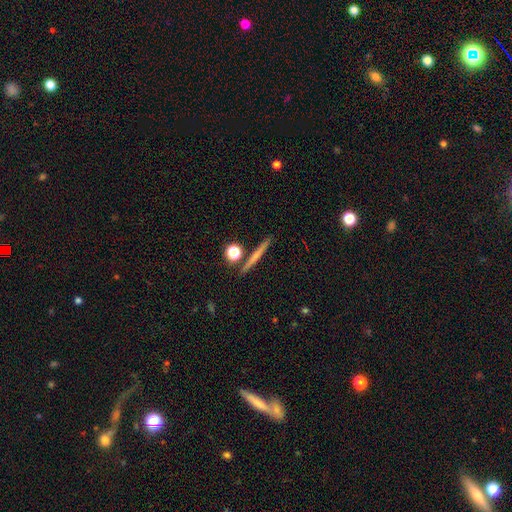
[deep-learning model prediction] Smooth or featured? Predicted: smooth (p=0.47). Merging? Predicted: none (p=0.86).